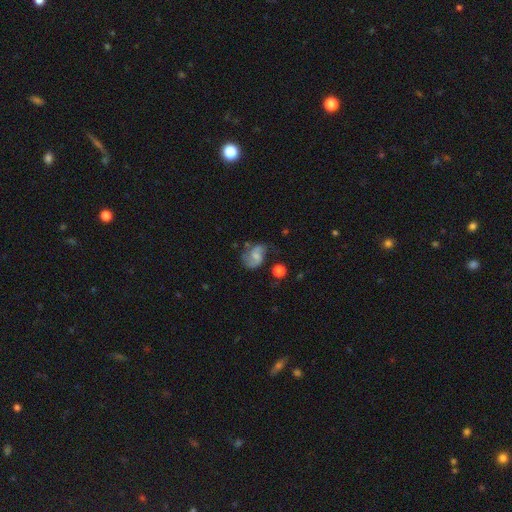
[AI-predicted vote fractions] Q: Smooth or featured?
A: featured or disk (58%); runner-up: smooth (32%)
Q: Edge-on disk?
A: no (97%); runner-up: yes (3%)
Q: Bar?
A: no (49%); runner-up: weak (42%)
Q: Spiral arms?
A: yes (85%); runner-up: no (15%)
Q: Bulge size?
A: small (45%); runner-up: moderate (29%)
Q: Merging?
A: none (48%); runner-up: minor disturbance (28%)